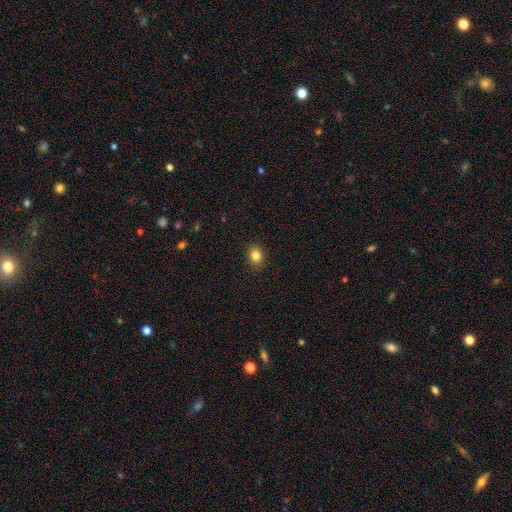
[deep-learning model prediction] Overall: smooth (84%). How rounded: in between (52%; round 47%). Merging: none (90%).